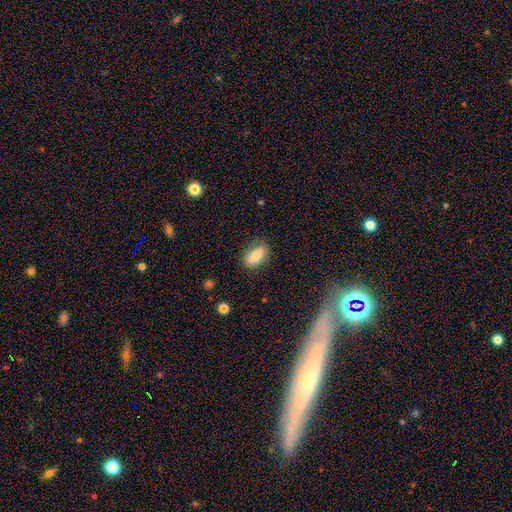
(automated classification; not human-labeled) smooth 77%, featured or disk 16%, star or artifact 8%. Down the decision tree: how rounded — in between (89%); merging — none (81%).